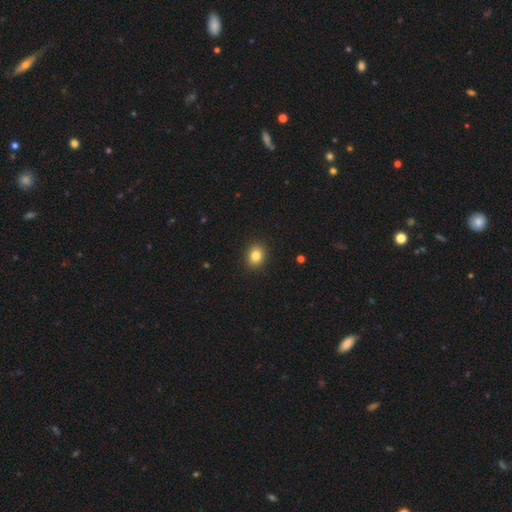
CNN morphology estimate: A smooth galaxy with no disk features (83%) that is round (60%). Merging: none (91%).